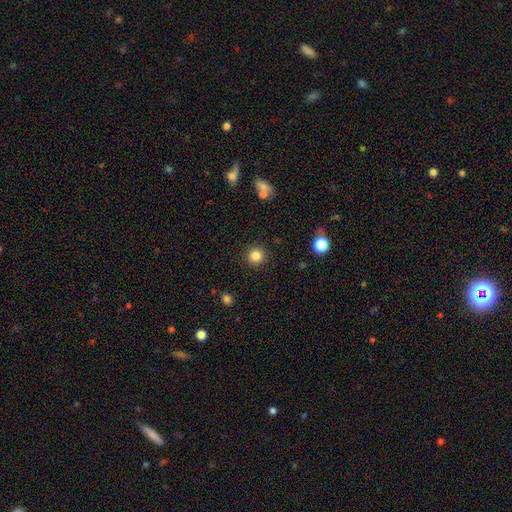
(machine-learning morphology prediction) A smooth galaxy with no disk features (84%) that is round (95%).

Vote fractions:
- Smooth or featured? smooth: 84% / star or artifact: 11% / featured or disk: 5%
- How rounded? round: 95% / in between: 4% / cigar-shaped: 1%
- Merging? none: 91% / minor disturbance: 5% / major disturbance: 2% / merger: 1%